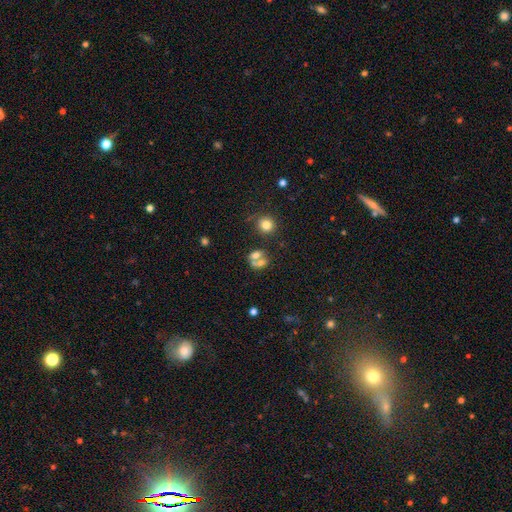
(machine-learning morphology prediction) smooth 62%, featured or disk 24%, star or artifact 14%. Down the decision tree: how rounded — in between (56%); merging — merger (56%).